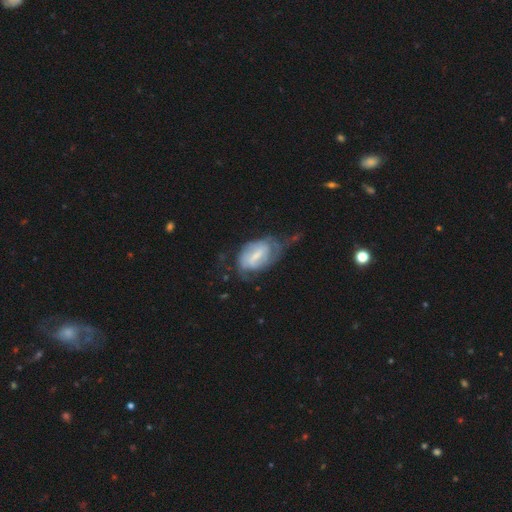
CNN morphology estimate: This is likely a featured or disk galaxy (68%). It is clearly not viewed edge-on (96%). Bar: possibly weak (53%). Spiral arm pattern: clearly yes (81%). Spiral arm count: possibly 2 (52%). Spiral winding: marginally tight (43%). Central bulge: marginally small (44%). Merging: marginally none (40%).